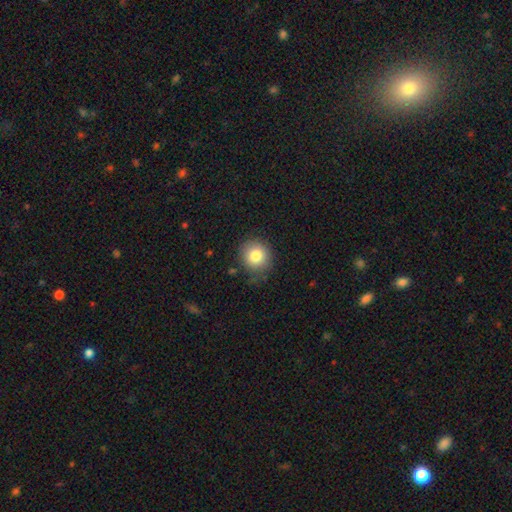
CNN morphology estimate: type=smooth (82%); roundness=round (89%); merging=none (82%).